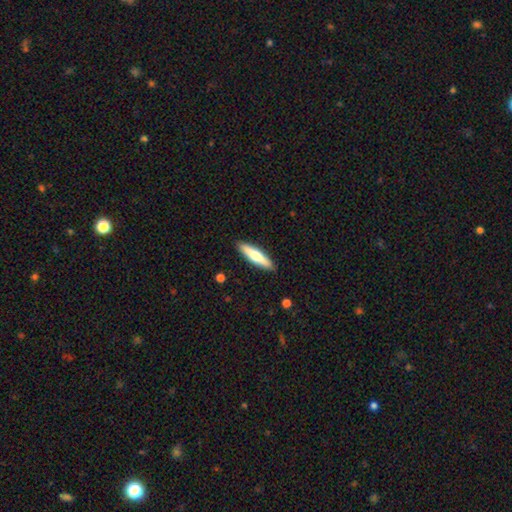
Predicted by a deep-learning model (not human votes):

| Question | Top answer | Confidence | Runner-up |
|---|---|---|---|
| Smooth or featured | smooth | 63% | featured or disk (32%) |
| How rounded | cigar-shaped | 75% | in between (23%) |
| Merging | none | 90% | minor disturbance (7%) |